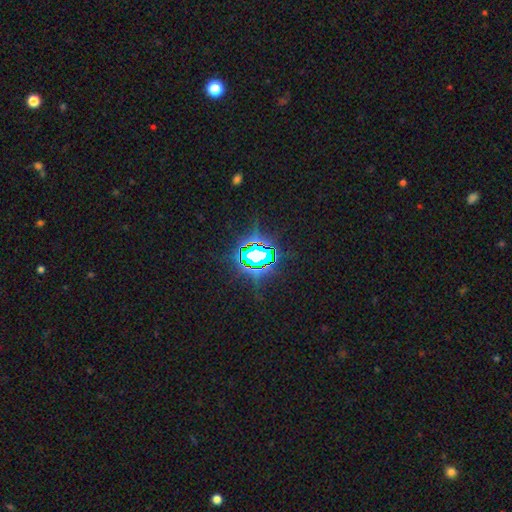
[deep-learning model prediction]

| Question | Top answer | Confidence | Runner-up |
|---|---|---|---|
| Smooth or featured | star or artifact | 78% | featured or disk (11%) |